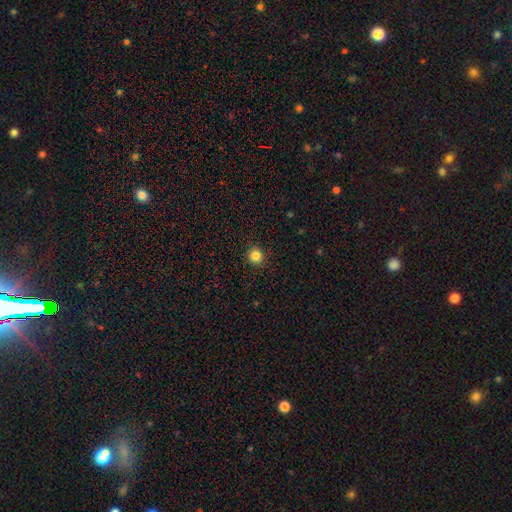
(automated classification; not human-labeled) Smooth or featured: smooth — 83% (star or artifact — 12%)
How rounded: round — 93% (in between — 6%)
Merging: none — 92% (minor disturbance — 5%)